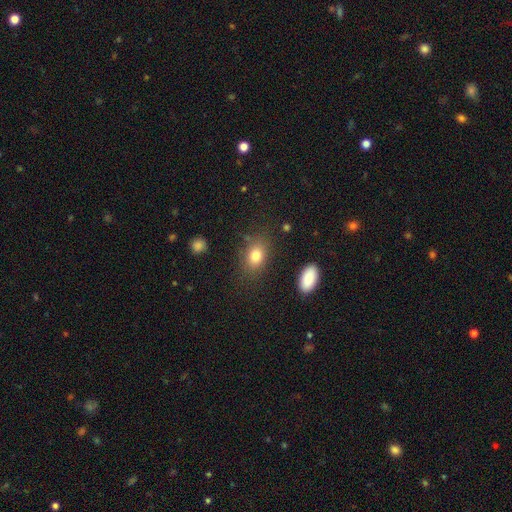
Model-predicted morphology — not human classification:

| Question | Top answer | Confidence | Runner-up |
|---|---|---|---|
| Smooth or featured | smooth | 81% | star or artifact (10%) |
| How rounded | in between | 76% | round (22%) |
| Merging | none | 80% | minor disturbance (12%) |